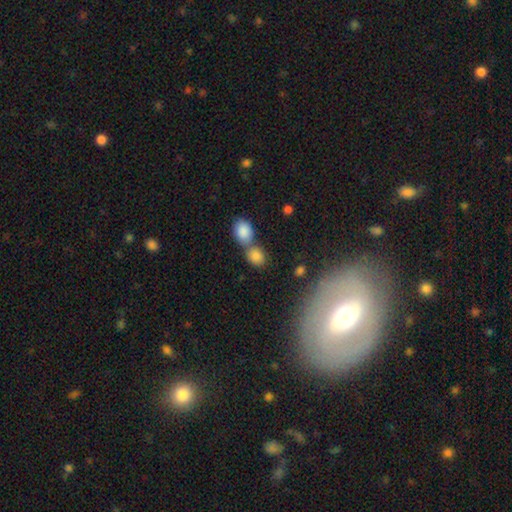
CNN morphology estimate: Q: Smooth or featured?
A: smooth (83%); runner-up: star or artifact (10%)
Q: How rounded?
A: round (52%); runner-up: in between (46%)
Q: Merging?
A: merger (46%); runner-up: none (42%)